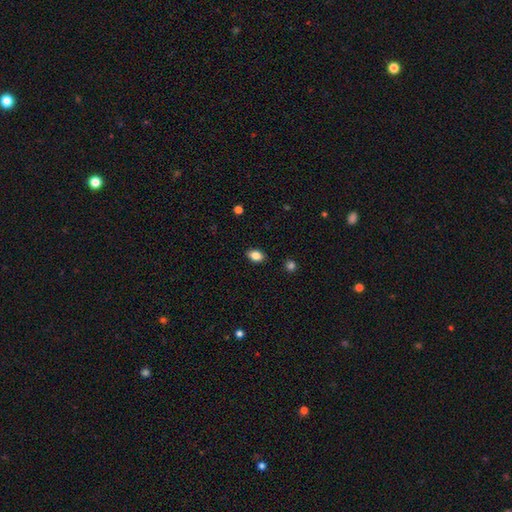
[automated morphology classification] smooth 86%, star or artifact 9%, featured or disk 5%. Down the decision tree: how rounded — in between (80%); merging — none (88%).